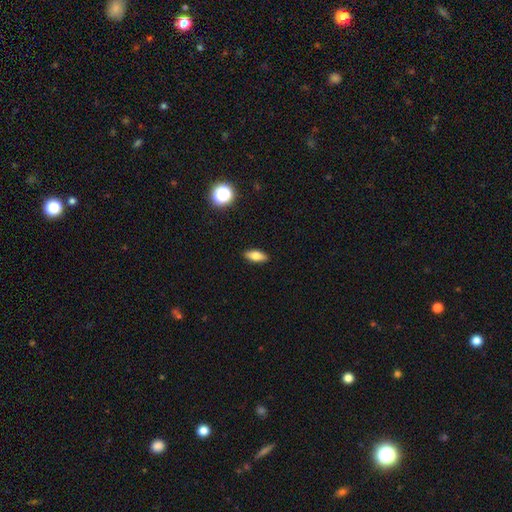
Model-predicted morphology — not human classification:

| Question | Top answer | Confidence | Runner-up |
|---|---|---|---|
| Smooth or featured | smooth | 74% | featured or disk (17%) |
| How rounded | in between | 76% | cigar-shaped (20%) |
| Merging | none | 90% | minor disturbance (7%) |